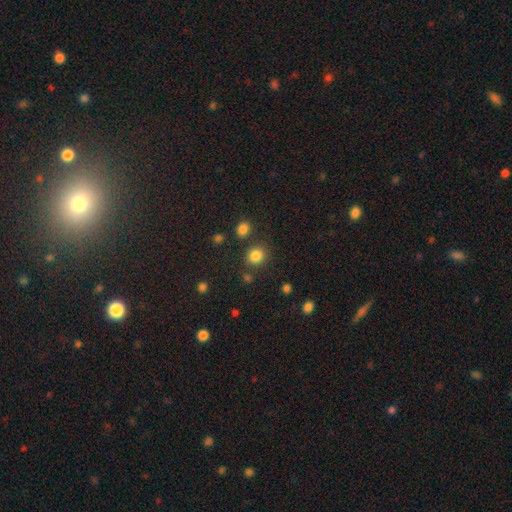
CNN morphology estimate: Smooth or featured?
  - smooth: 84% *
  - star or artifact: 12%
  - featured or disk: 4%
How rounded?
  - round: 83% *
  - in between: 16%
  - cigar-shaped: 1%
Merging?
  - none: 81% *
  - minor disturbance: 9%
  - merger: 7%
  - major disturbance: 4%